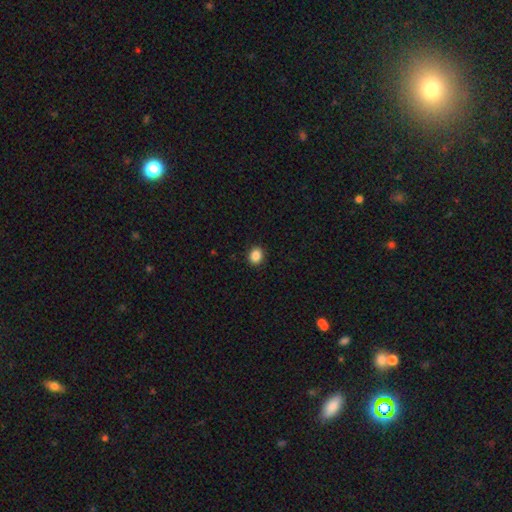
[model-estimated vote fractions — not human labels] smooth-or-featured: smooth: 88% | star or artifact: 9% | featured or disk: 3%
  how-rounded: round: 60% | in between: 39% | cigar-shaped: 1%
  merging: none: 91% | minor disturbance: 6% | major disturbance: 2% | merger: 1%